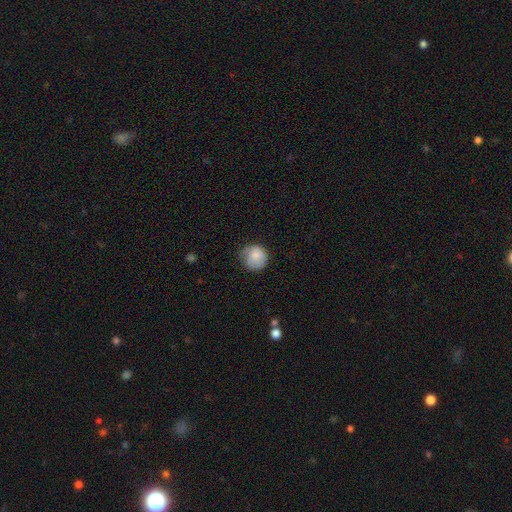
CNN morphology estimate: This is likely a smooth galaxy (76%). How rounded: clearly round (88%). Merging: possibly none (56%).